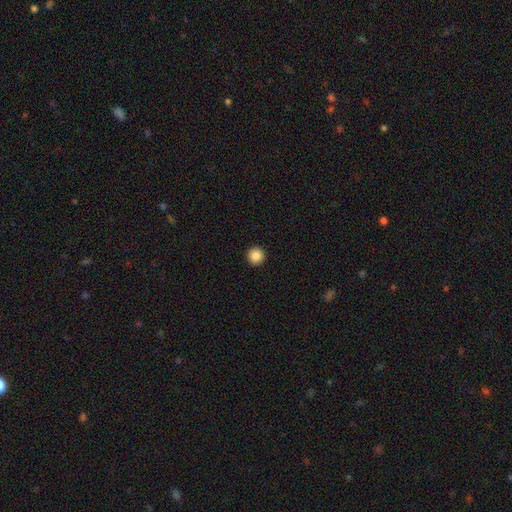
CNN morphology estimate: A smooth galaxy with no disk features (88%) that is round (96%).

Vote fractions:
- Smooth or featured? smooth: 88% / star or artifact: 9% / featured or disk: 3%
- How rounded? round: 96% / in between: 3% / cigar-shaped: 1%
- Merging? none: 94% / minor disturbance: 4% / major disturbance: 1% / merger: 1%